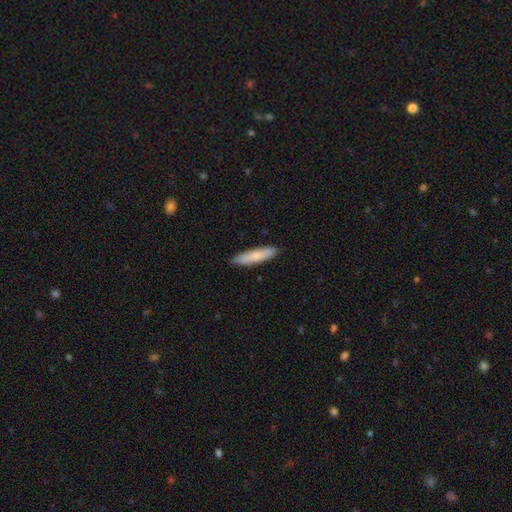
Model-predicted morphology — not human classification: Smooth or featured? smooth (79%)
How rounded? cigar-shaped (81%)
Merging? none (88%)